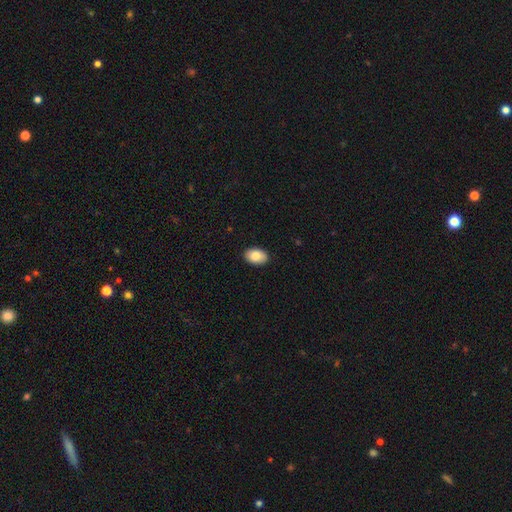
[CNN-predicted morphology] smooth_or_featured: smooth (p=0.84) [alt: featured or disk p=0.10]
how_rounded: in between (p=0.89) [alt: round p=0.10]
merging: none (p=0.90) [alt: minor disturbance p=0.08]